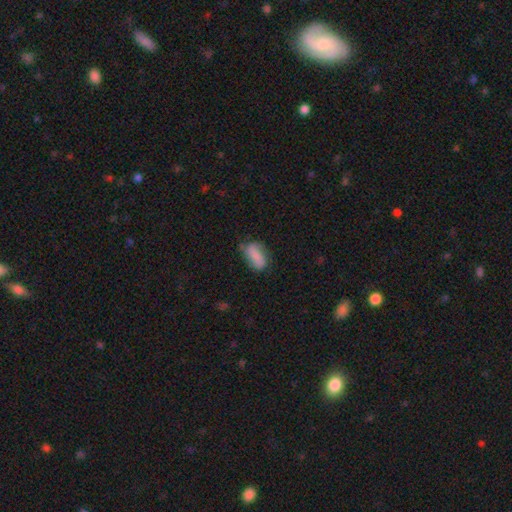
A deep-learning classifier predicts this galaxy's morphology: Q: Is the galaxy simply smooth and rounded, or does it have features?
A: smooth — 67%.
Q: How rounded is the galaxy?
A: in between — 87%.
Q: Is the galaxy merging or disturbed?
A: none — 59%.